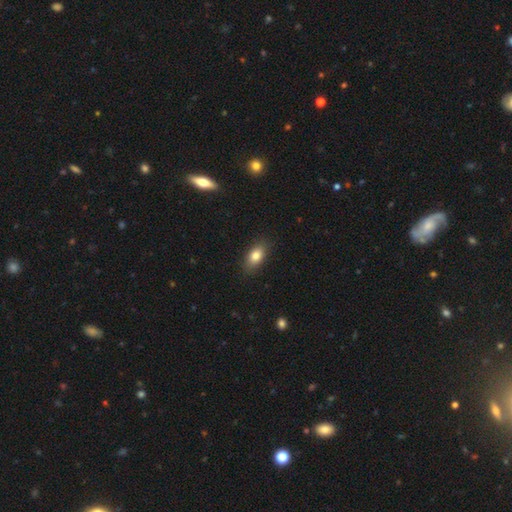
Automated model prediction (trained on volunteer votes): smooth 81%, featured or disk 11%, star or artifact 8%. Down the decision tree: how rounded — in between (87%); merging — none (86%).